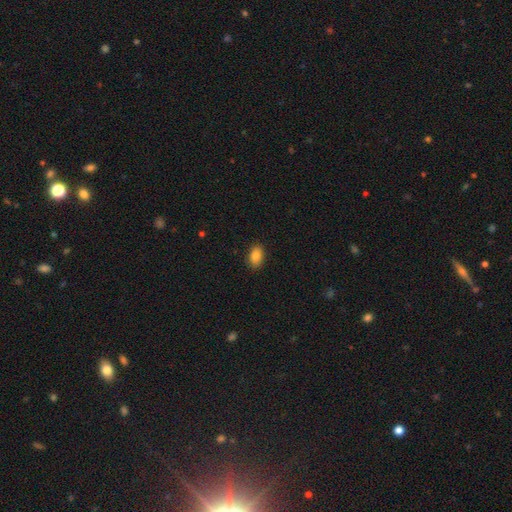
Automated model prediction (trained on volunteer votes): Morphology: type=smooth (86%); roundness=in between (87%); merging=none (88%).